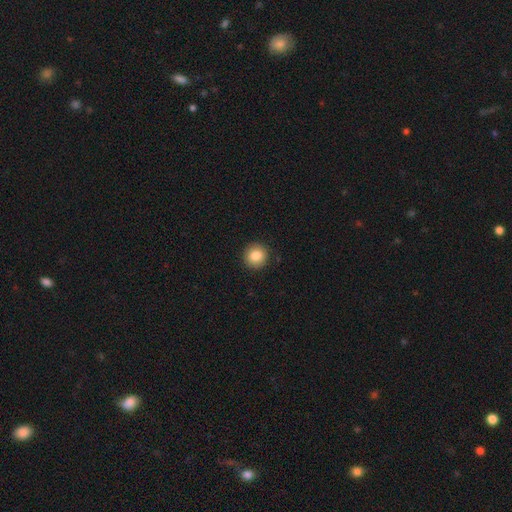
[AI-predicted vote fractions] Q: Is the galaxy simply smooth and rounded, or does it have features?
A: smooth — 84%.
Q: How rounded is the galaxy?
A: round — 92%.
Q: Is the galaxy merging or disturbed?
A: none — 92%.